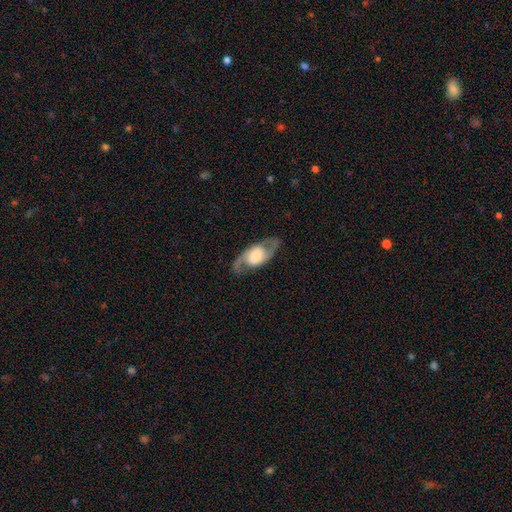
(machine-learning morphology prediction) This is likely a featured or disk galaxy (79%). It is clearly not viewed edge-on (92%). Bar: marginally no (45%). Spiral arm pattern: clearly yes (88%). Spiral arm count: clearly 2 (91%). Spiral winding: possibly medium (54%). Central bulge: marginally large (41%). Merging: clearly none (82%).